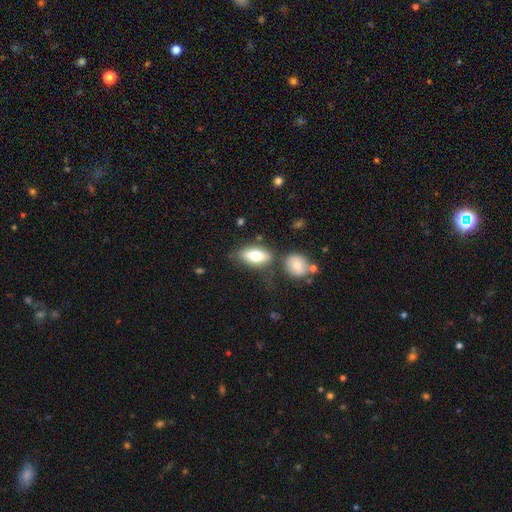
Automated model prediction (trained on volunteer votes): The model was most divided on "merging": none: 59%, minor disturbance: 19%, merger: 13%, major disturbance: 8%. More confident: how rounded — in between (86%); smooth or featured — smooth (71%).